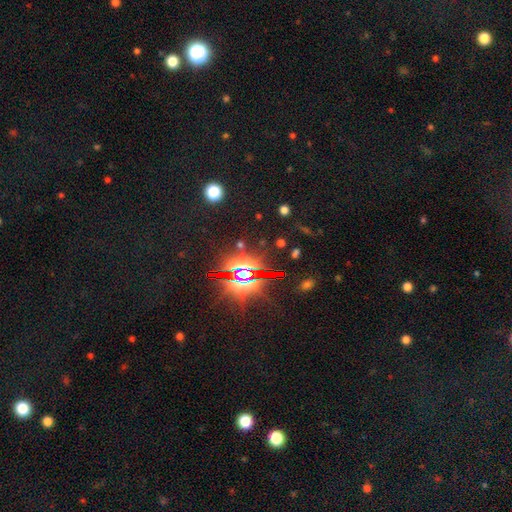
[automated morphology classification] This appears to be a star or artifact, not a galaxy (82%).